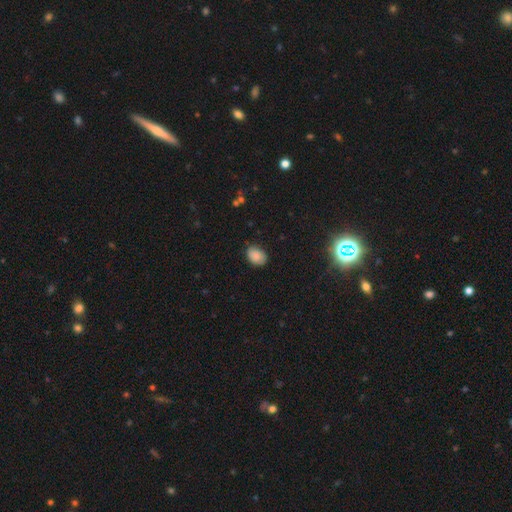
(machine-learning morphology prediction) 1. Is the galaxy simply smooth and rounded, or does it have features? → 86% smooth, 9% star or artifact, 5% featured or disk.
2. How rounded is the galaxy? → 74% in between, 25% round, 1% cigar-shaped.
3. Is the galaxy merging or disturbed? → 77% none, 19% minor disturbance, 3% major disturbance, 1% merger.